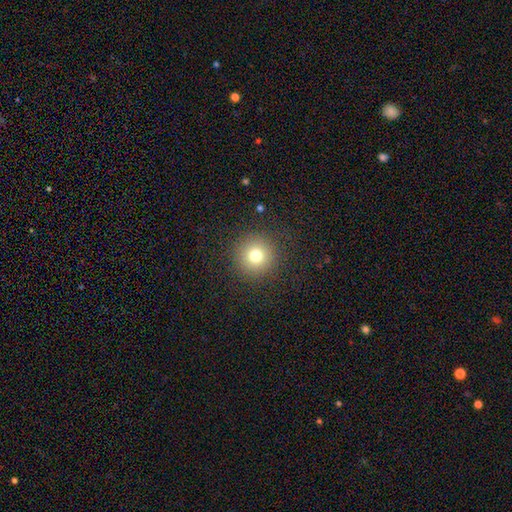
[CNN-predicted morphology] Smooth or featured? smooth (76%)
How rounded? round (95%)
Merging? none (90%)